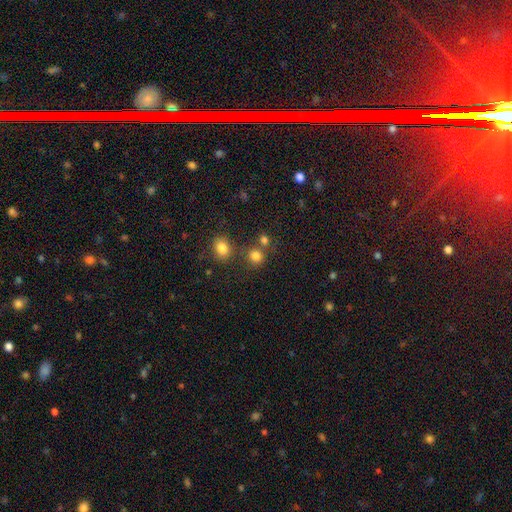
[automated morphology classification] This appears to be a smooth galaxy with no disk features (80%) that is round (83%). Merging: none (65%).